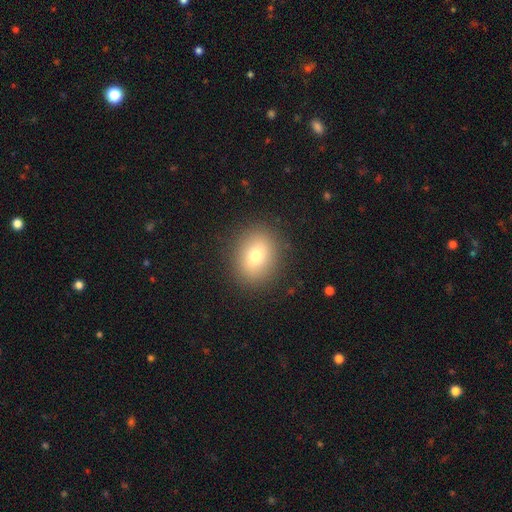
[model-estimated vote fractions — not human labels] Smooth or featured: smooth — 74% (featured or disk — 15%)
How rounded: in between — 53% (round — 46%)
Merging: none — 89% (minor disturbance — 7%)